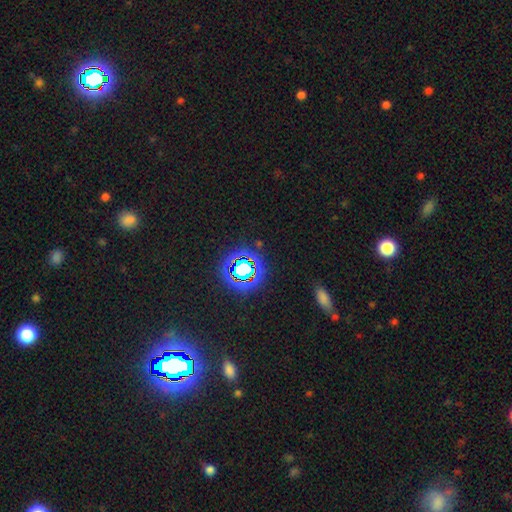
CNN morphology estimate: Q: Smooth or featured?
A: star or artifact (76%); runner-up: smooth (16%)